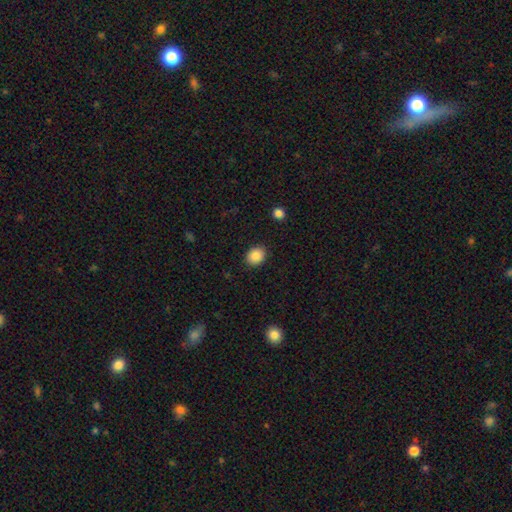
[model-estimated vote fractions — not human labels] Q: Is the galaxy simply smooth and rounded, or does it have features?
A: smooth — 87%.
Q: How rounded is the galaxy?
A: round — 55%.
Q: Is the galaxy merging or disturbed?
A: none — 89%.